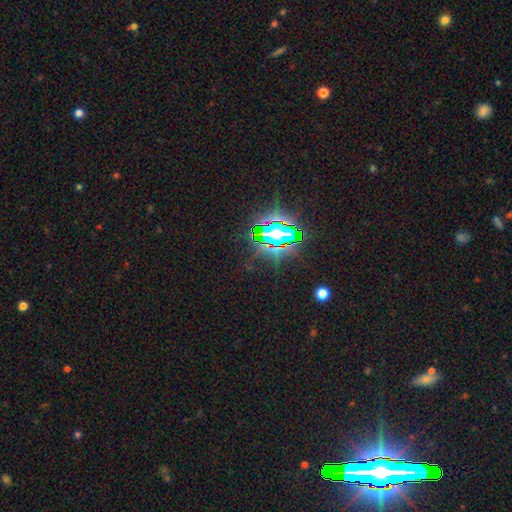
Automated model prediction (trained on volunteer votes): Overall: star or artifact (82%).